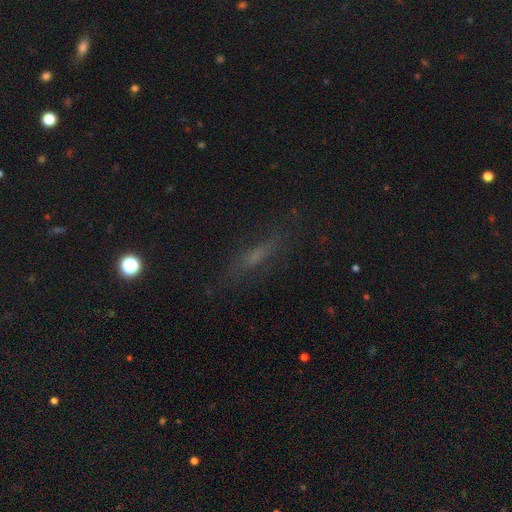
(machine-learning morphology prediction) A smooth galaxy with no disk features (41%). Merging: none (72%).